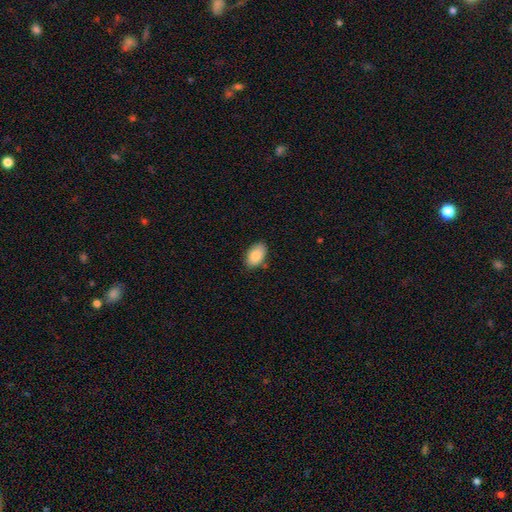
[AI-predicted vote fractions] A smooth galaxy with no disk features (86%) that is in between round and cigar-shaped (91%).

Vote fractions:
- Smooth or featured? smooth: 86% / featured or disk: 7% / star or artifact: 7%
- How rounded? in between: 91% / round: 7% / cigar-shaped: 1%
- Merging? none: 80% / minor disturbance: 16% / major disturbance: 3% / merger: 2%